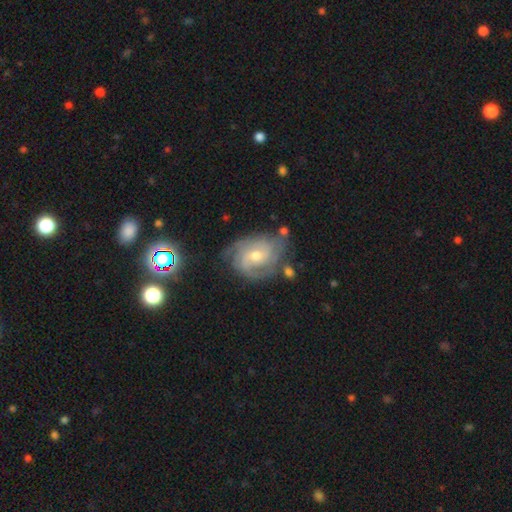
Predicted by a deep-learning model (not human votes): Smooth or featured? Predicted: featured or disk (p=0.82). Edge-on disk? Predicted: no (p=0.97). Bar? Predicted: no (p=0.55). Spiral arms? Predicted: yes (p=0.95). Spiral winding? Predicted: tight (p=0.57). Spiral arm count? Predicted: 3 (p=0.30). Bulge size? Predicted: moderate (p=0.51). Merging? Predicted: none (p=0.65).